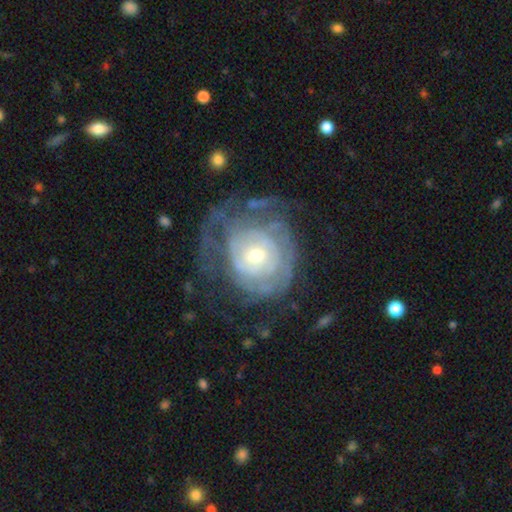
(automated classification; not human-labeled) smooth-or-featured: featured or disk: 79% | smooth: 14% | star or artifact: 6%
  disk-edge-on: no: 97% | yes: 3%
    bar: no: 74% | weak: 21% | strong: 5%
    has-spiral-arms: yes: 81% | no: 19%
      spiral-winding: tight: 72% | medium: 19% | loose: 8%
      spiral-arm-count: can't tell: 57% | 2: 15% | 3: 10% | 4: 7% | 1: 6% | more than 4: 6%
    bulge-size: small: 53% | moderate: 42% | large: 3% | none: 1% | dominant: 1%
  merging: none: 51% | major disturbance: 25% | minor disturbance: 22% | merger: 2%